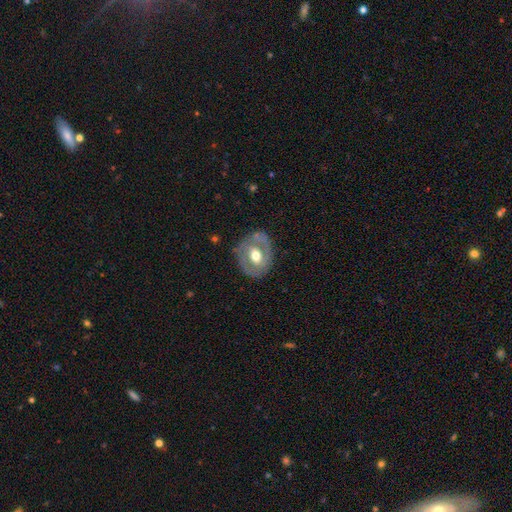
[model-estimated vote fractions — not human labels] The model was most divided on "bar": no: 47%, weak: 38%, strong: 15%. More confident: edge-on disk — no (96%); merging — none (74%); bulge size — moderate (73%); smooth or featured — featured or disk (68%); spiral arms — yes (61%).